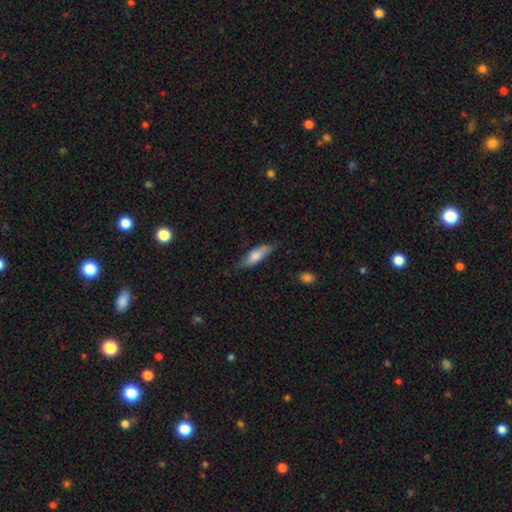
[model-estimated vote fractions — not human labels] smooth_or_featured: smooth (p=0.67) [alt: featured or disk p=0.27]
how_rounded: in between (p=0.49) [tied with: cigar-shaped p=0.49]
merging: none (p=0.70) [alt: minor disturbance p=0.24]